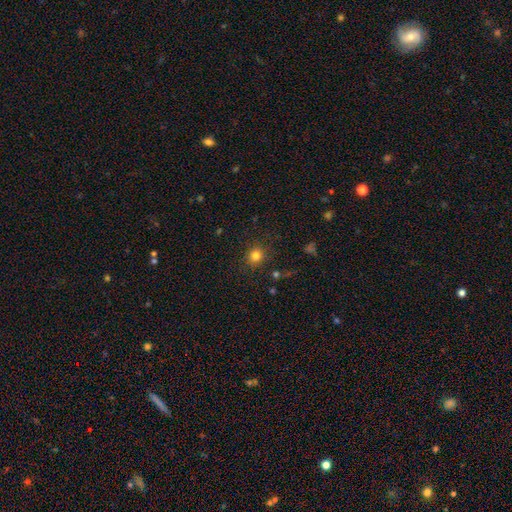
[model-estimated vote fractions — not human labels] Morphology: type=smooth (80%); roundness=round (86%); merging=none (87%).